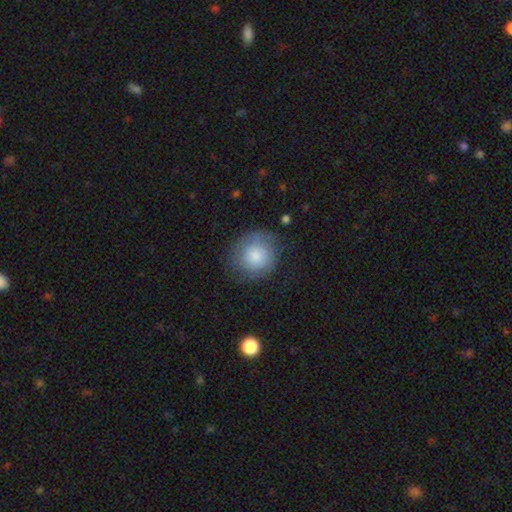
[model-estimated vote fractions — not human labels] Smooth or featured?
  - smooth: 76% *
  - featured or disk: 17%
  - star or artifact: 7%
How rounded?
  - round: 90% *
  - in between: 9%
  - cigar-shaped: 1%
Merging?
  - none: 72% *
  - minor disturbance: 18%
  - major disturbance: 8%
  - merger: 2%